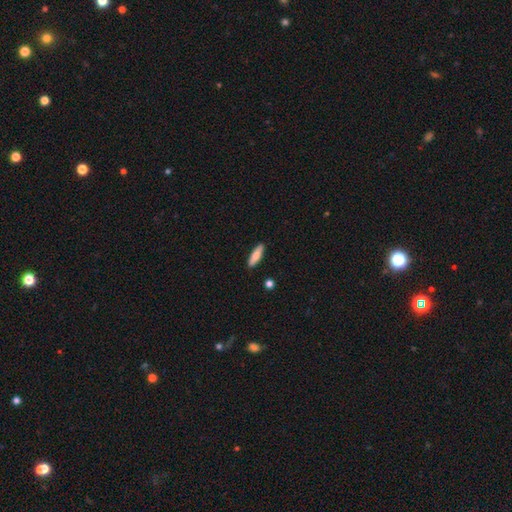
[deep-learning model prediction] Overall: smooth (79%). How rounded: cigar-shaped (63%; in between 35%). Merging: none (89%).